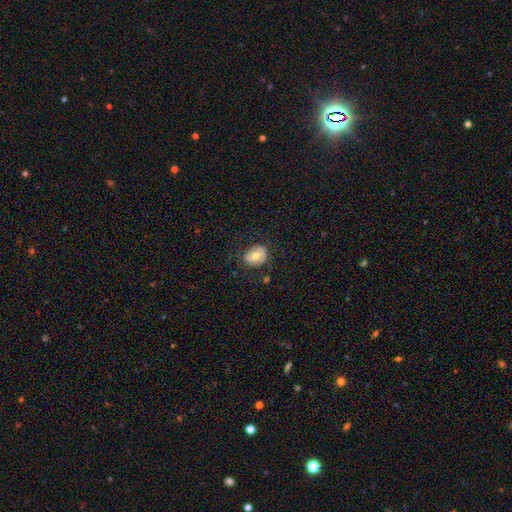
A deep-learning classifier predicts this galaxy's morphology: A smooth galaxy with no disk features (61%) that is round (58%). Merging: none (73%).